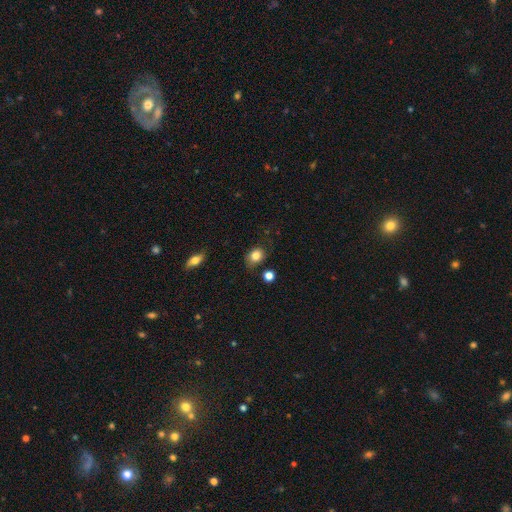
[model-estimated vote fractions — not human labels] This appears to be a smooth galaxy with no disk features (82%) that is in between round and cigar-shaped (51%). Merging: none (72%).